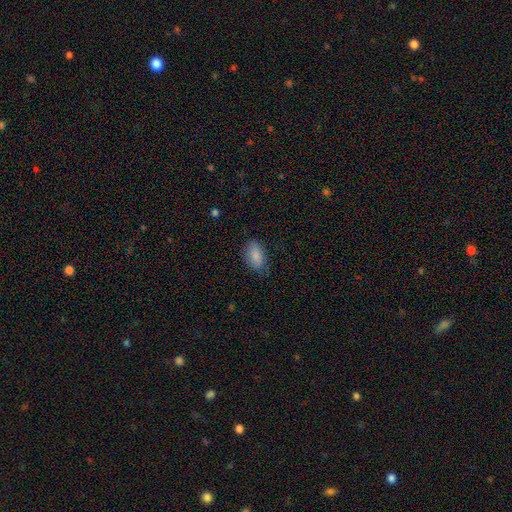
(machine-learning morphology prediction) This is clearly a smooth galaxy (87%). How rounded: clearly in between (91%). Merging: likely none (77%).